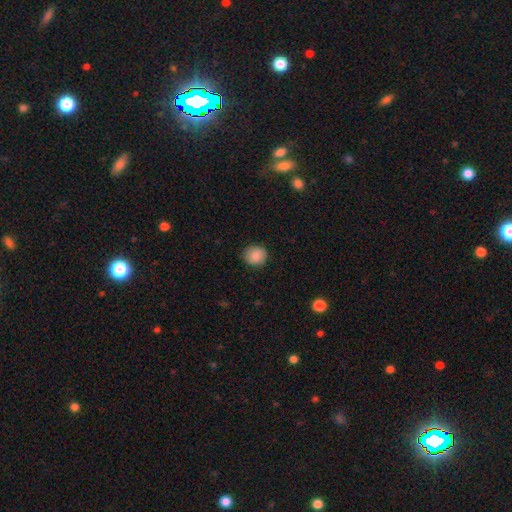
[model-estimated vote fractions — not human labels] Smooth or featured: smooth — 87% (star or artifact — 8%)
How rounded: round — 86% (in between — 13%)
Merging: none — 88% (minor disturbance — 9%)